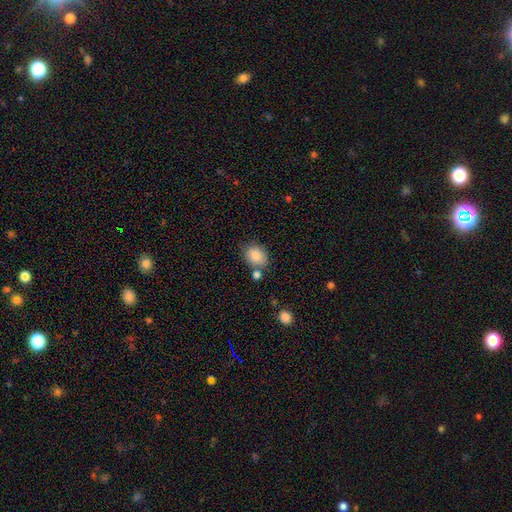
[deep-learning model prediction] Morphology: type=smooth (86%); roundness=in between (61%); merging=none (67%).